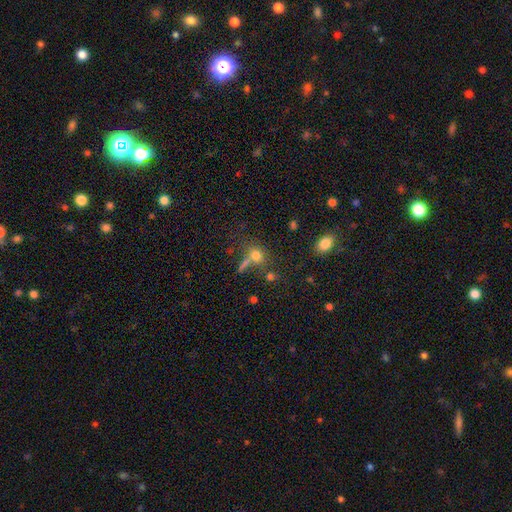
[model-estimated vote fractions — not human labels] Smooth or featured? smooth (73%)
How rounded? round (63%)
Merging? none (56%)